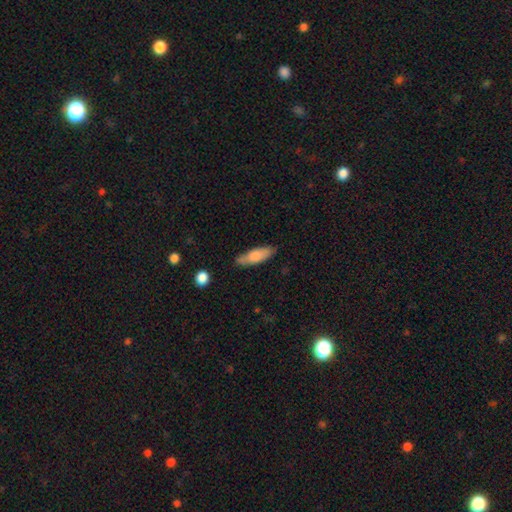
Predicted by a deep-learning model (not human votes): Q: Smooth or featured?
A: smooth (77%); runner-up: featured or disk (17%)
Q: How rounded?
A: in between (52%); runner-up: cigar-shaped (46%)
Q: Merging?
A: none (76%); runner-up: minor disturbance (18%)